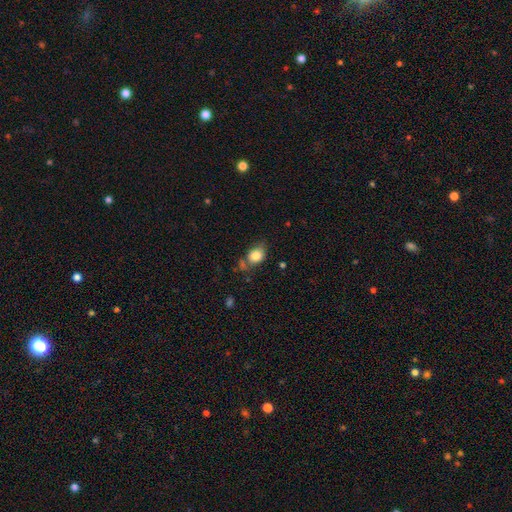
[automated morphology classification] smooth_or_featured: smooth (p=0.82) [alt: featured or disk p=0.09]
how_rounded: in between (p=0.63) [alt: round p=0.35]
merging: none (p=0.55) [alt: minor disturbance p=0.25]